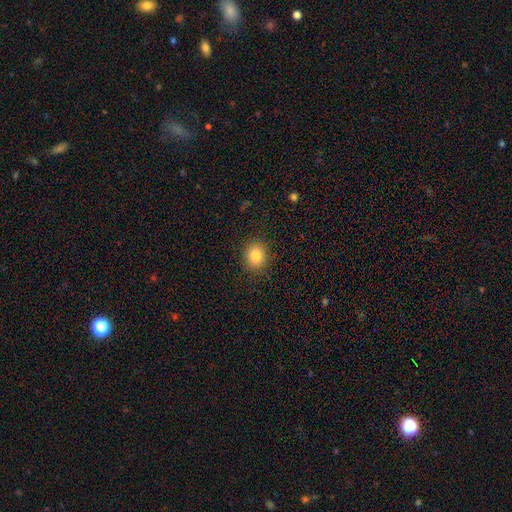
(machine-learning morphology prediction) Smooth or featured? smooth (83%)
How rounded? round (68%)
Merging? none (89%)